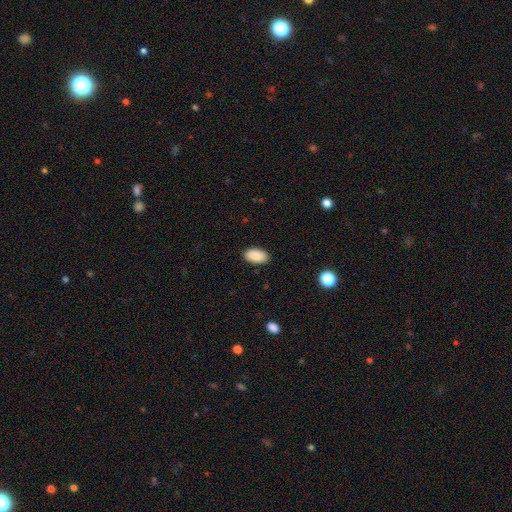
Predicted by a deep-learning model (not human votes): This appears to be a smooth galaxy with no disk features (86%) that is in between round and cigar-shaped (95%). Merging: none (89%).